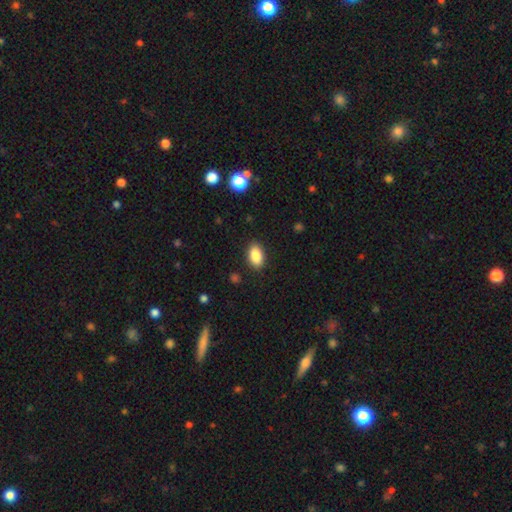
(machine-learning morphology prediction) This is clearly a smooth galaxy (88%). How rounded: clearly in between (92%). Merging: clearly none (88%).